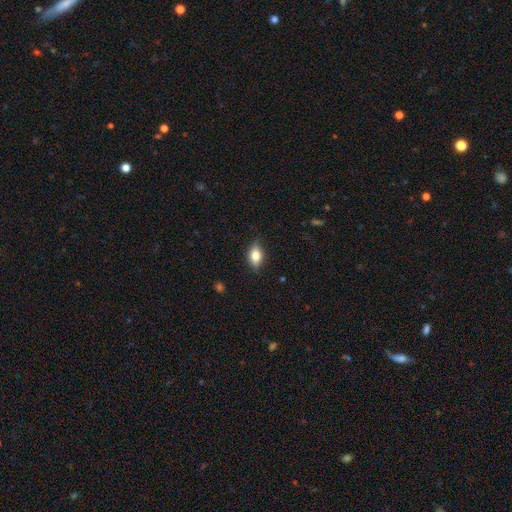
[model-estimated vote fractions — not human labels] Smooth or featured? smooth (65%)
How rounded? in between (80%)
Merging? none (82%)